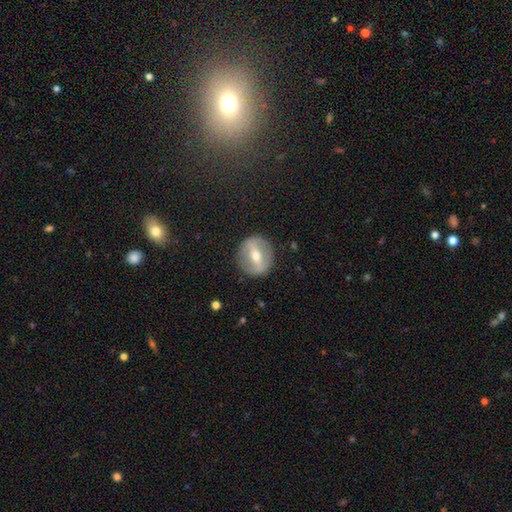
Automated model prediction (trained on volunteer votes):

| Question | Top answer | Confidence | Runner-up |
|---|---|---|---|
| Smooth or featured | featured or disk | 65% | smooth (29%) |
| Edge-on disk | no | 82% | yes (18%) |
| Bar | strong | 67% | weak (23%) |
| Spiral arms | no | 75% | yes (25%) |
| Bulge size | moderate | 67% | small (27%) |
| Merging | none | 88% | minor disturbance (8%) |